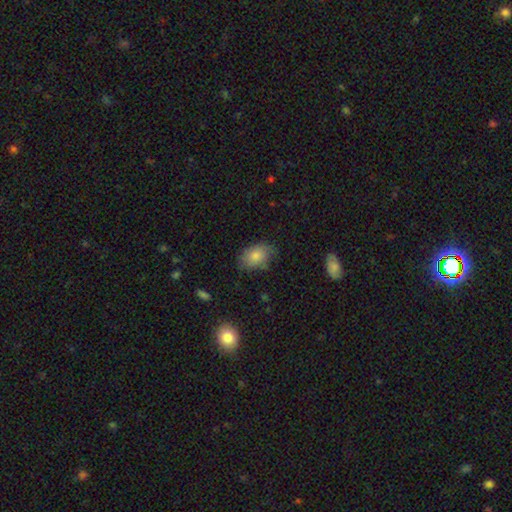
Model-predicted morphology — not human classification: The model was most divided on "merging": none: 72%, minor disturbance: 22%, major disturbance: 5%, merger: 1%. More confident: how rounded — in between (85%); smooth or featured — smooth (79%).